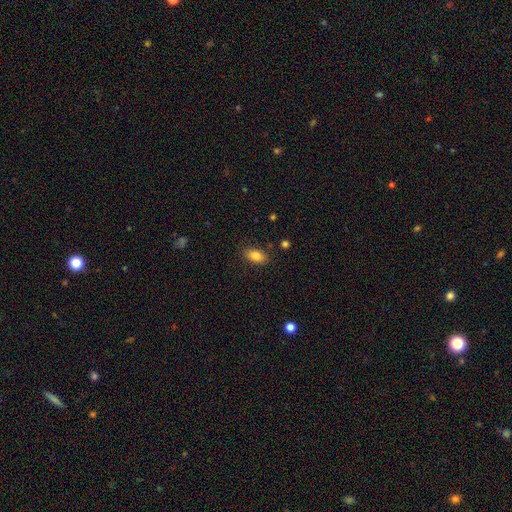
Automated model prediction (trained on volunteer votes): Smooth or featured: smooth — 84% (star or artifact — 9%)
How rounded: in between — 90% (round — 7%)
Merging: none — 85% (minor disturbance — 10%)